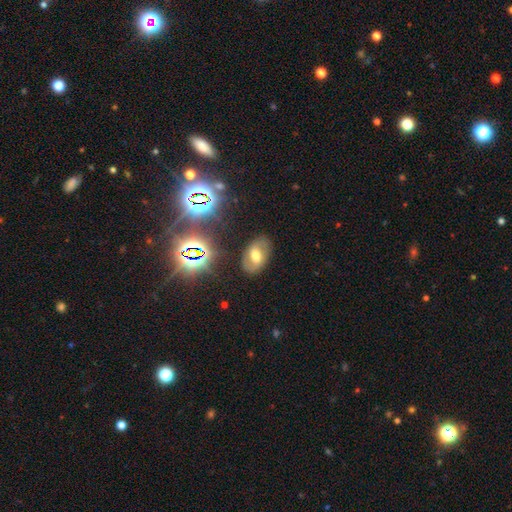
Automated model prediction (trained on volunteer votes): Overall: featured or disk (47%; smooth 37%). Merging: none (79%).